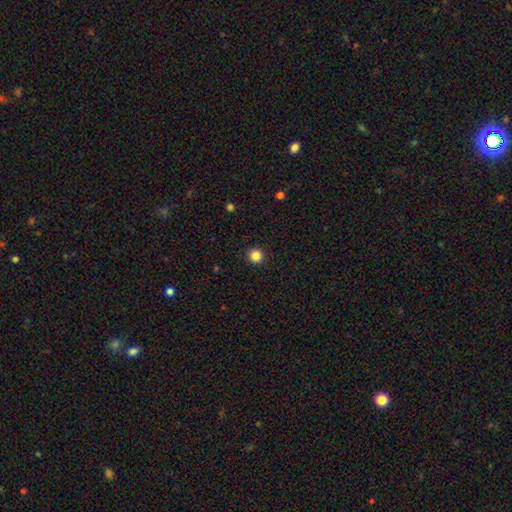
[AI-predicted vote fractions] This appears to be a smooth galaxy with no disk features (85%) that is round (96%). Merging: none (93%).